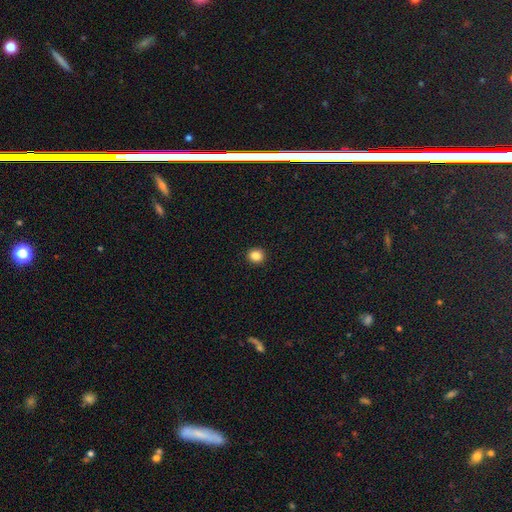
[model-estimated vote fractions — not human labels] Smooth or featured: smooth — 85% (star or artifact — 11%)
How rounded: round — 89% (in between — 10%)
Merging: none — 93% (minor disturbance — 4%)